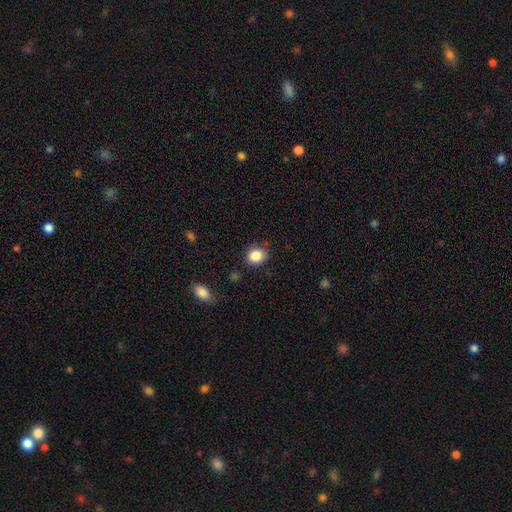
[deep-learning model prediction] smooth-or-featured: smooth: 86% | star or artifact: 10% | featured or disk: 4%
  how-rounded: round: 73% | in between: 26% | cigar-shaped: 1%
  merging: none: 82% | minor disturbance: 13% | major disturbance: 3% | merger: 2%